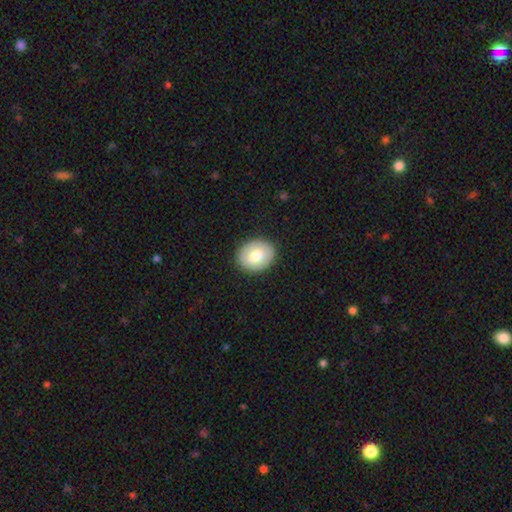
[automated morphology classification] Smooth or featured: smooth — 72% (featured or disk — 21%)
How rounded: round — 50% (in between — 49%)
Merging: none — 89% (minor disturbance — 8%)